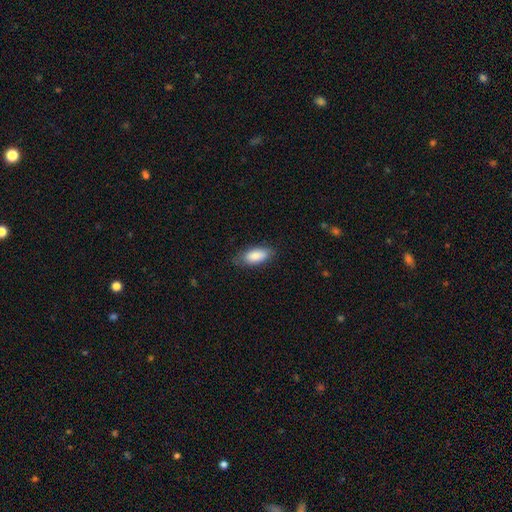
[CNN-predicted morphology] Smooth or featured? smooth (84%)
How rounded? in between (86%)
Merging? none (77%)